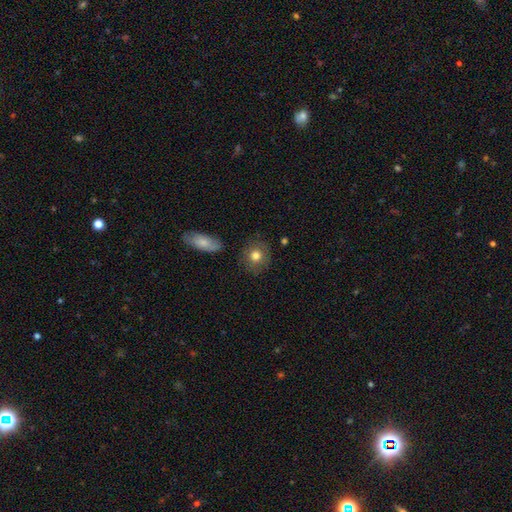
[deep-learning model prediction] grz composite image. It shows a smooth galaxy with no disk features (78%) that is round (84%). Merging: none (85%).